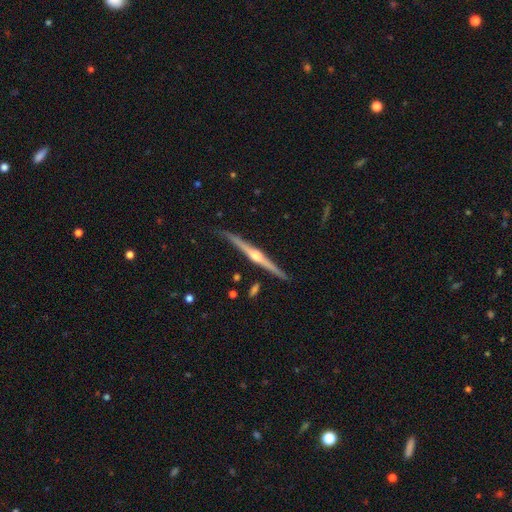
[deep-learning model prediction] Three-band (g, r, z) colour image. It shows a featured or disk galaxy (85%) viewed edge-on (99%) with a rounded central bulge (91%). Merging: none (88%).